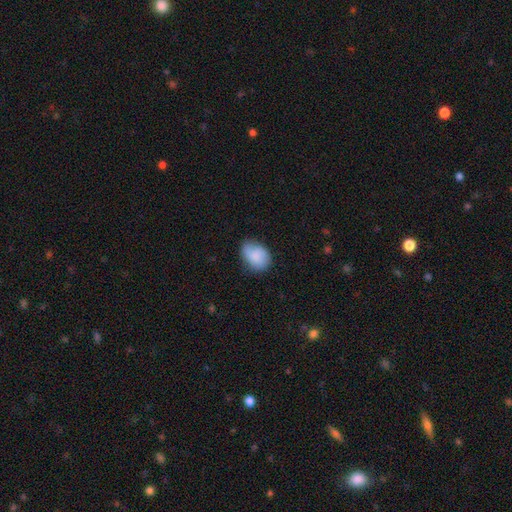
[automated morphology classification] Smooth or featured?
  - smooth: 82% *
  - featured or disk: 11%
  - star or artifact: 7%
How rounded?
  - in between: 75% *
  - round: 24%
  - cigar-shaped: 1%
Merging?
  - none: 62% *
  - minor disturbance: 29%
  - major disturbance: 7%
  - merger: 2%